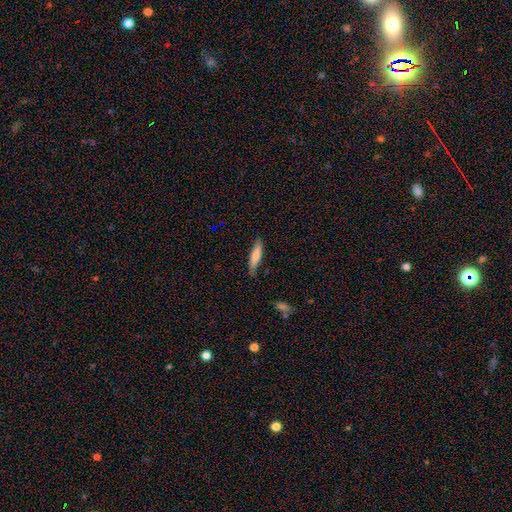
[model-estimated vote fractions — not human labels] A smooth galaxy with no disk features (77%) that is cigar-shaped (77%).

Vote fractions:
- Smooth or featured? smooth: 77% / featured or disk: 17% / star or artifact: 6%
- How rounded? cigar-shaped: 77% / in between: 21% / round: 1%
- Merging? none: 74% / minor disturbance: 20% / major disturbance: 4% / merger: 2%